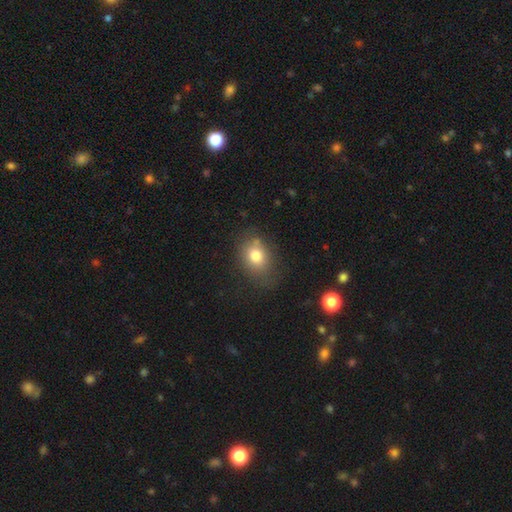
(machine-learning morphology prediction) The model was most divided on "how rounded": in between: 61%, round: 38%, cigar-shaped: 1%. More confident: smooth or featured — smooth (77%); merging — none (66%).